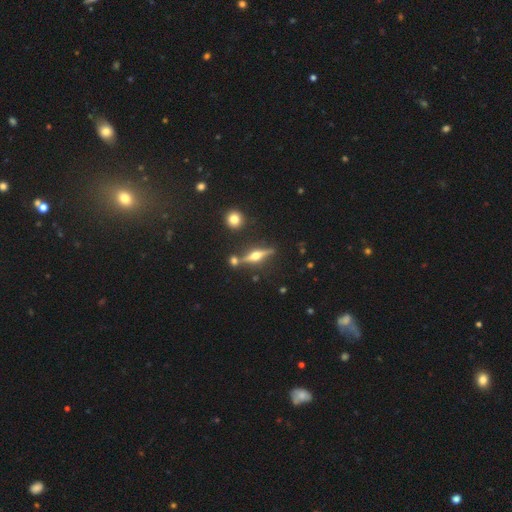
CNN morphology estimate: This is likely a featured or disk galaxy (77%). It is clearly viewed edge-on (96%). Edge-on bulge: clearly rounded (96%). Merging: clearly none (81%).